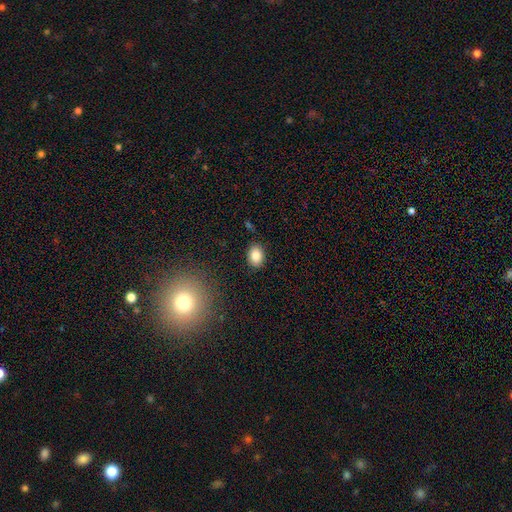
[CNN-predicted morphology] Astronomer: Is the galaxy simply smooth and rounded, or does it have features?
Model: smooth — 84%.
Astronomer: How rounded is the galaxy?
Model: in between — 72%.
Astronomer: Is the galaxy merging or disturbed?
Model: none — 87%.